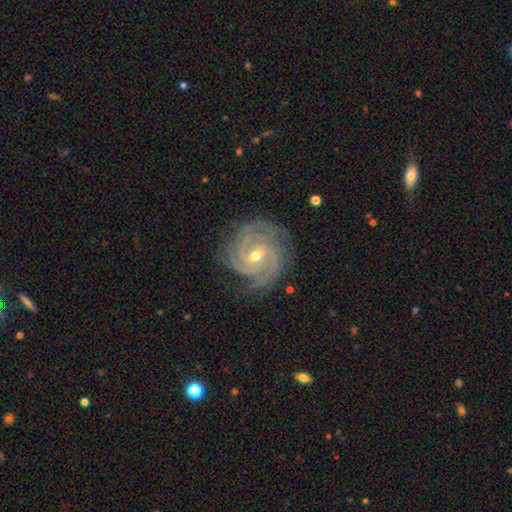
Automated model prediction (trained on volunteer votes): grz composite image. It shows a featured or disk galaxy (91%) with a weak bar (53%), 3 (35%) tight (76%) spiral arms (98%) and a moderate central bulge (55%). Merging: none (79%).